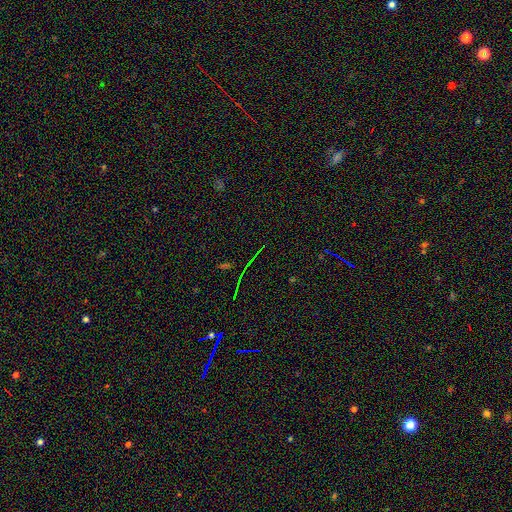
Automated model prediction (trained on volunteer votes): A star or artifact, not a galaxy (75%).